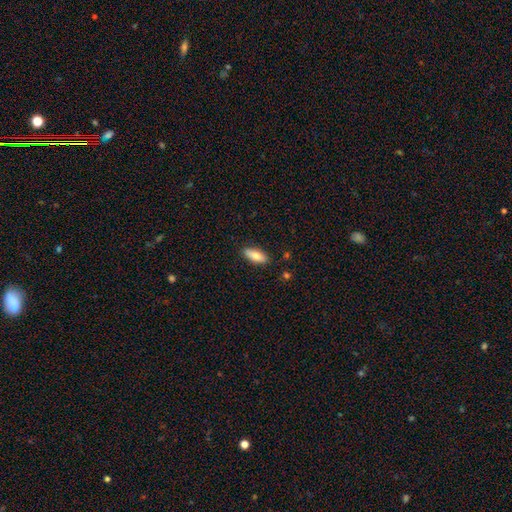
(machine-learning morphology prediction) Smooth or featured? Predicted: smooth (p=0.76). How rounded? Predicted: in between (p=0.73). Merging? Predicted: none (p=0.87).